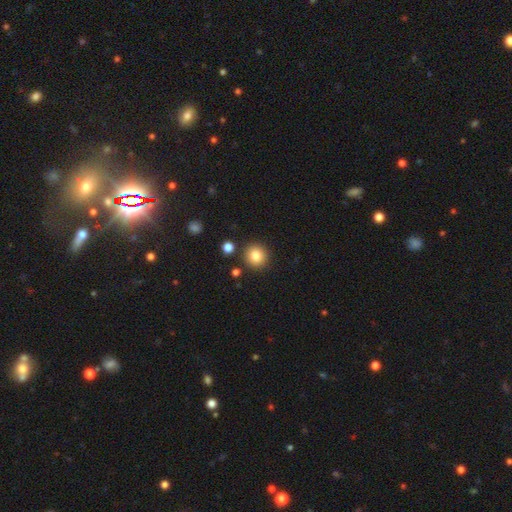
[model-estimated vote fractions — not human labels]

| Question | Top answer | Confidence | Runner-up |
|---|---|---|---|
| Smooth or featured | smooth | 84% | star or artifact (10%) |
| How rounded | round | 92% | in between (7%) |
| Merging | none | 88% | minor disturbance (6%) |